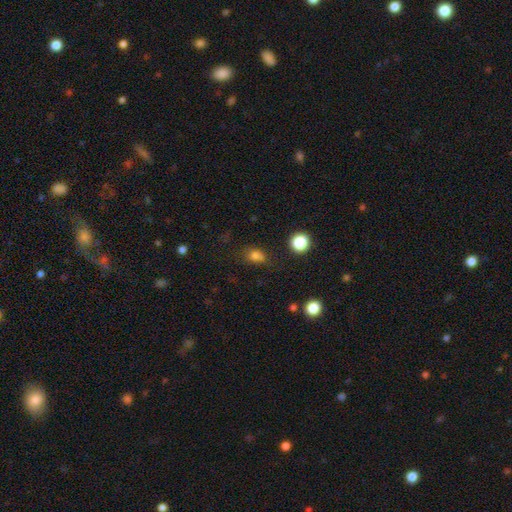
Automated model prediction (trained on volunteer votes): Smooth or featured? smooth (75%)
How rounded? in between (51%)
Merging? none (60%)